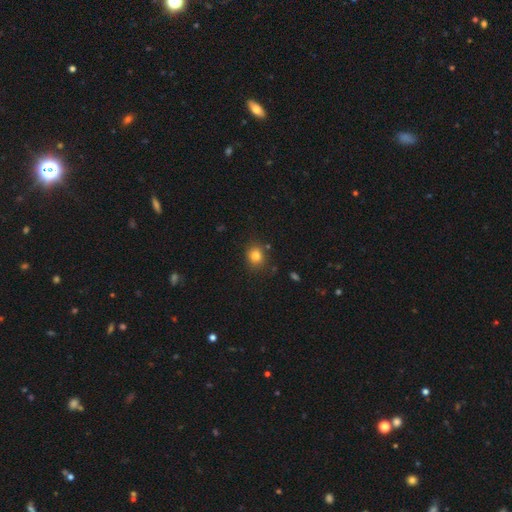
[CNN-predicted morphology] Smooth or featured: smooth — 81% (star or artifact — 12%)
How rounded: round — 69% (in between — 31%)
Merging: none — 82% (minor disturbance — 11%)